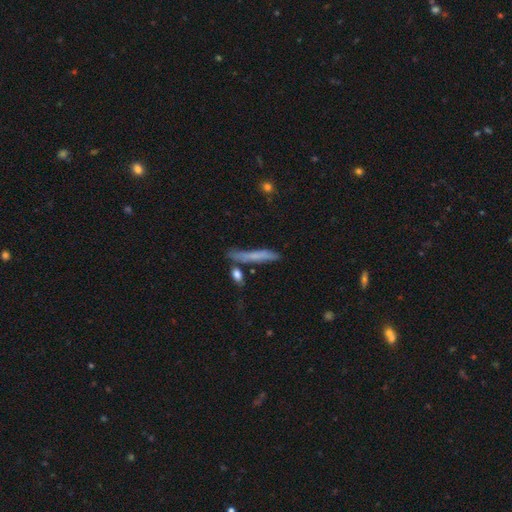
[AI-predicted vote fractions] This appears to be a smooth galaxy with no disk features (63%) that is cigar-shaped (93%). Merging: none (71%).